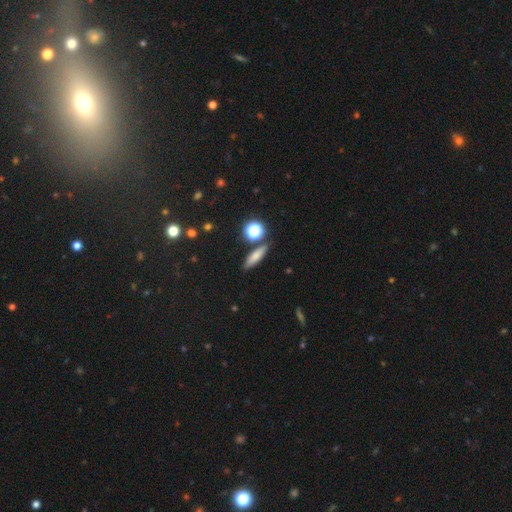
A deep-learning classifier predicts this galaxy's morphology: smooth-or-featured: smooth: 70% | featured or disk: 17% | star or artifact: 13%
  how-rounded: cigar-shaped: 55% | in between: 33% | round: 12%
  merging: none: 79% | minor disturbance: 11% | merger: 7% | major disturbance: 3%